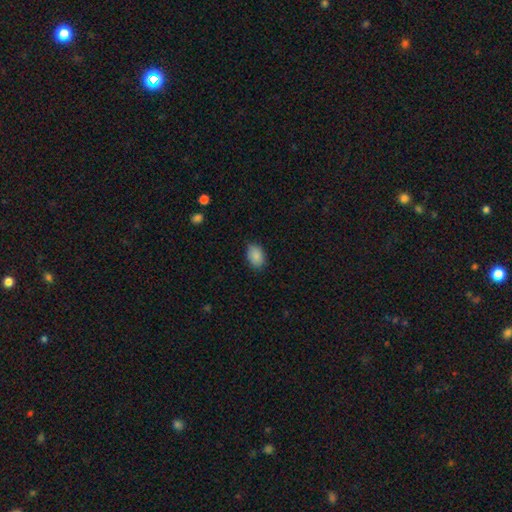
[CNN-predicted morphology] smooth 88%, star or artifact 7%, featured or disk 4%. Down the decision tree: how rounded — in between (80%); merging — none (83%).